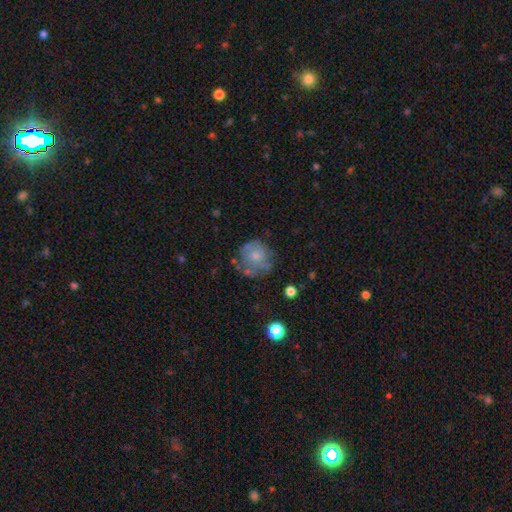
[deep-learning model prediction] This appears to be a smooth galaxy with no disk features (51%) that is round (81%). Merging: none (51%).